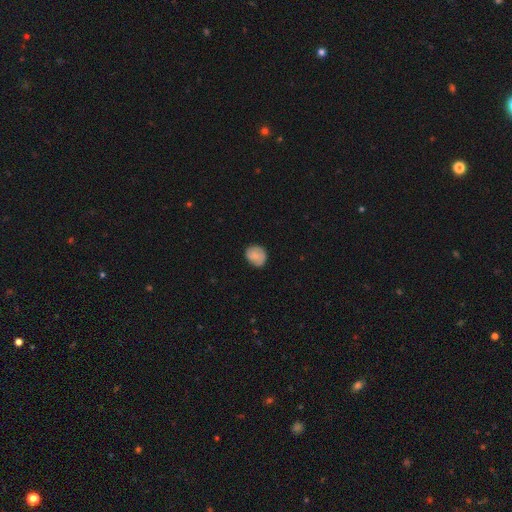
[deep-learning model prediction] Q: Smooth or featured?
A: smooth (75%); runner-up: featured or disk (18%)
Q: How rounded?
A: round (71%); runner-up: in between (28%)
Q: Merging?
A: none (75%); runner-up: minor disturbance (20%)